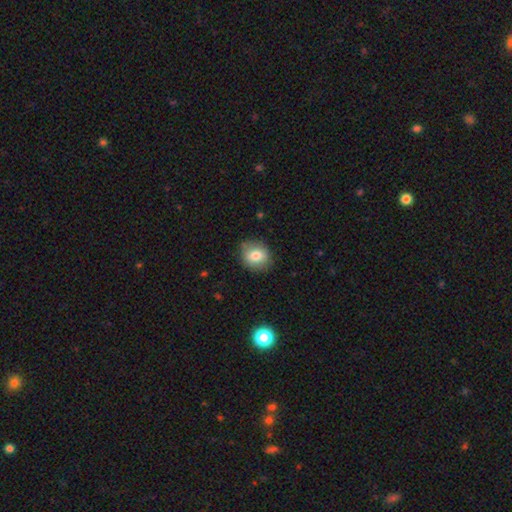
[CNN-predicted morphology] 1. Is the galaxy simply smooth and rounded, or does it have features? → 78% smooth, 13% featured or disk, 9% star or artifact.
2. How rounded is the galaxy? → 64% round, 35% in between, 1% cigar-shaped.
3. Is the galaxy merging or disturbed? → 81% none, 15% minor disturbance, 3% major disturbance, 1% merger.